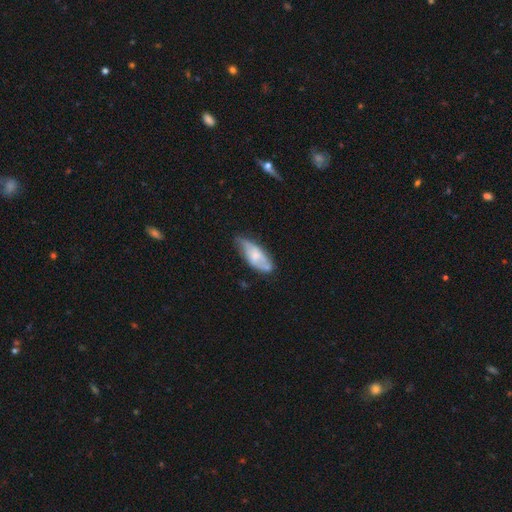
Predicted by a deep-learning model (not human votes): Smooth or featured? Predicted: smooth (p=0.50). Merging? Predicted: none (p=0.47).